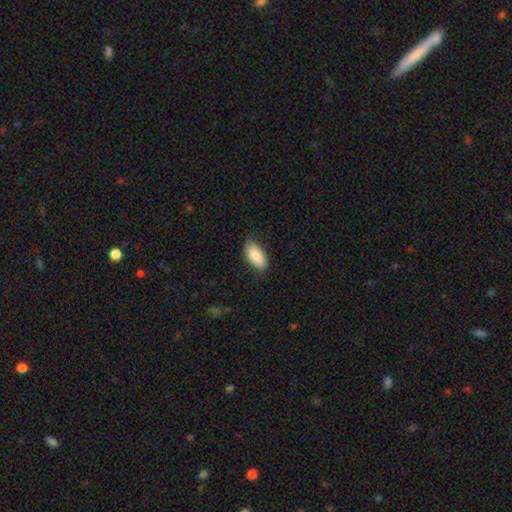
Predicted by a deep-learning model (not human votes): smooth_or_featured: smooth (p=0.81) [alt: featured or disk p=0.13]
how_rounded: in between (p=0.95) [alt: round p=0.03]
merging: none (p=0.77) [alt: minor disturbance p=0.19]